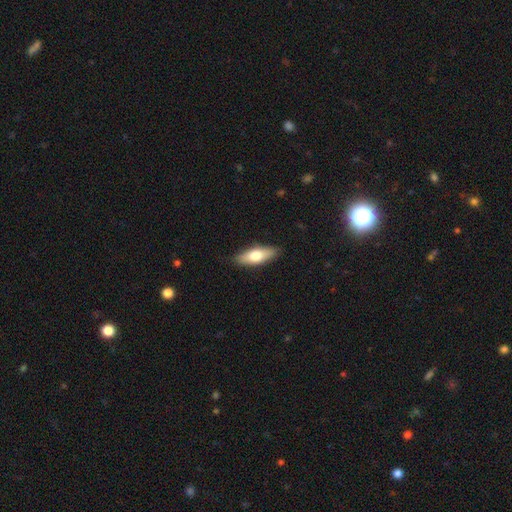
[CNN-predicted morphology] type=smooth (66%); roundness=in between (63%); merging=none (87%).